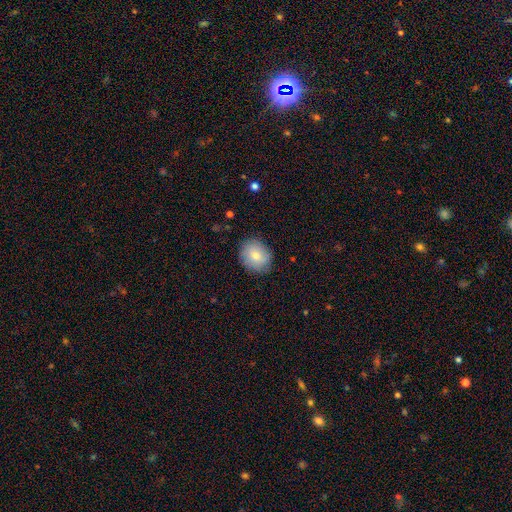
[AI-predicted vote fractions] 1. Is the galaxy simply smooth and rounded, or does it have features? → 77% smooth, 15% featured or disk, 8% star or artifact.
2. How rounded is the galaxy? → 71% round, 29% in between, 1% cigar-shaped.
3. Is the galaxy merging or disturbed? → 84% none, 12% minor disturbance, 3% major disturbance, 1% merger.